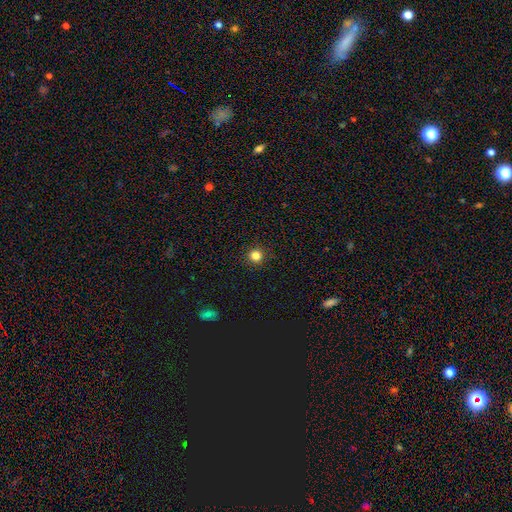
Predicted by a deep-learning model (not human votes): Overall: smooth (83%). How rounded: round (94%). Merging: none (92%).